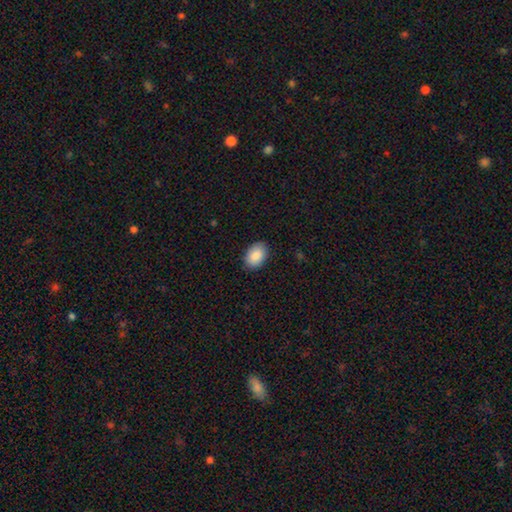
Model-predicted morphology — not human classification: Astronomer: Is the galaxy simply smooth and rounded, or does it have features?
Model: smooth — 88%.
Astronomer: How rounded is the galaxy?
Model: in between — 87%.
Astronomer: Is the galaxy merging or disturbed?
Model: none — 88%.